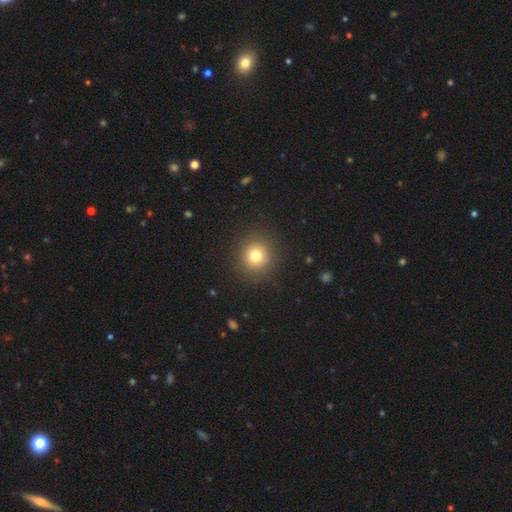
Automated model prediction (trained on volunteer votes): smooth_or_featured: smooth (p=0.77) [alt: star or artifact p=0.13]
how_rounded: round (p=0.92) [alt: in between p=0.07]
merging: none (p=0.89) [alt: minor disturbance p=0.07]